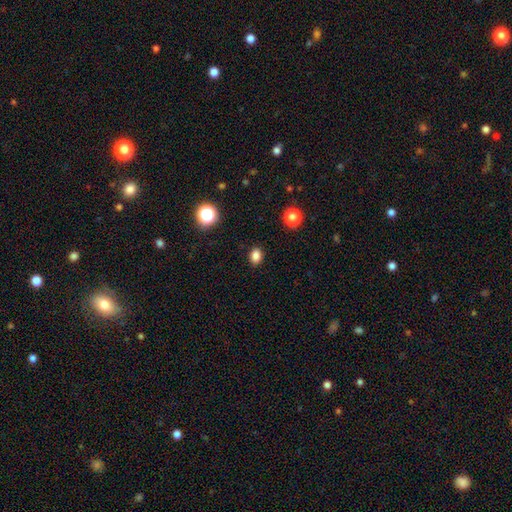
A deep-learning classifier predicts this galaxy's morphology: The model was most divided on "how rounded": in between: 56%, round: 43%, cigar-shaped: 1%. More confident: merging — none (89%); smooth or featured — smooth (84%).